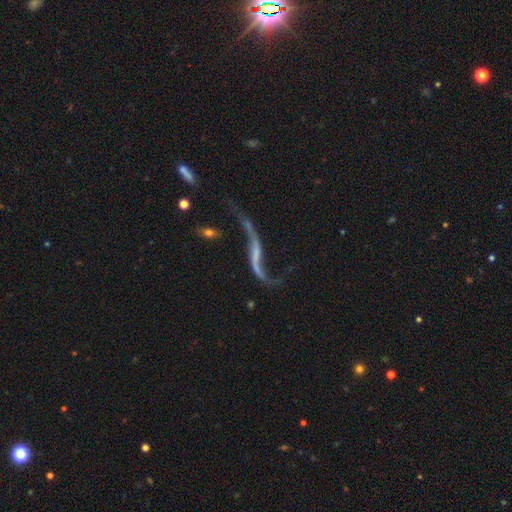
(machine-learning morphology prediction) type=featured or disk (84%); edge-on=no (88%); bar=no (40%); spiral arms=yes (87%); winding=loose (96%); arm count=2 (89%); bulge=none (60%); merging=none (45%).